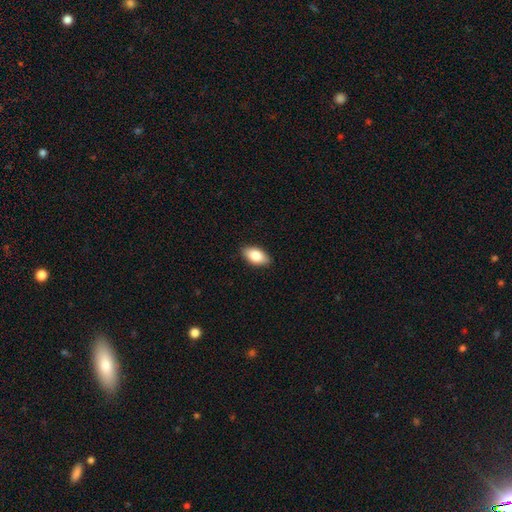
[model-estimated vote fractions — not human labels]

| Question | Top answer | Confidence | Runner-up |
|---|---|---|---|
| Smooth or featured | smooth | 84% | featured or disk (10%) |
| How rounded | in between | 92% | cigar-shaped (4%) |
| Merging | none | 89% | minor disturbance (9%) |